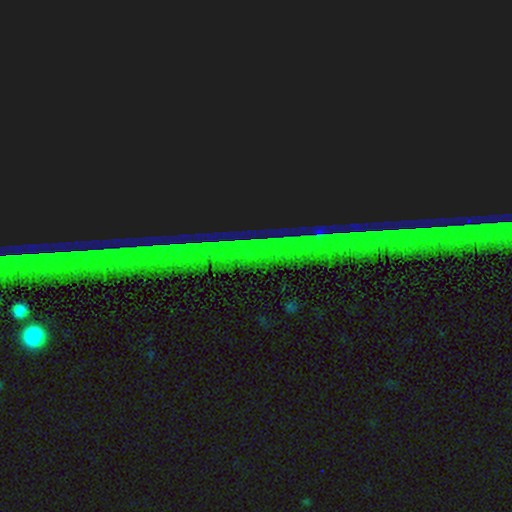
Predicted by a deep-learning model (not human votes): This appears to be a star or artifact, not a galaxy (85%).